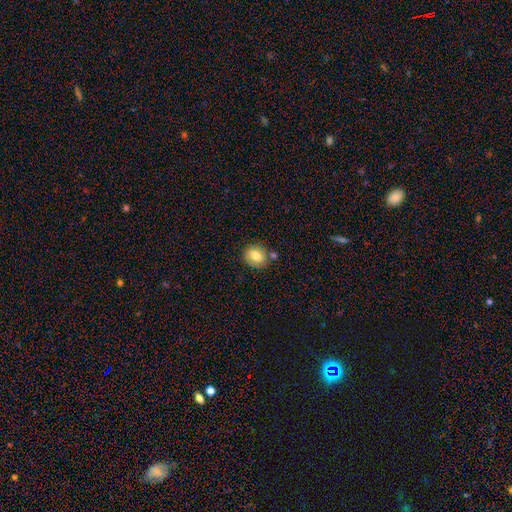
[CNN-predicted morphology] Q: Smooth or featured?
A: smooth (77%); runner-up: featured or disk (14%)
Q: How rounded?
A: round (63%); runner-up: in between (36%)
Q: Merging?
A: none (72%); runner-up: minor disturbance (15%)